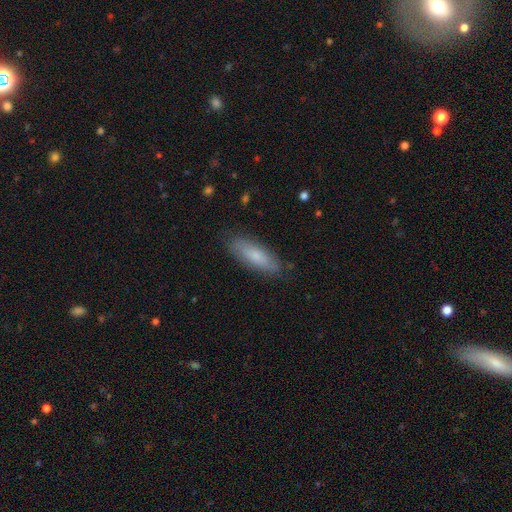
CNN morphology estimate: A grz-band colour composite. It shows a smooth galaxy with no disk features (70%) that is in between round and cigar-shaped (54%). Merging: none (83%).